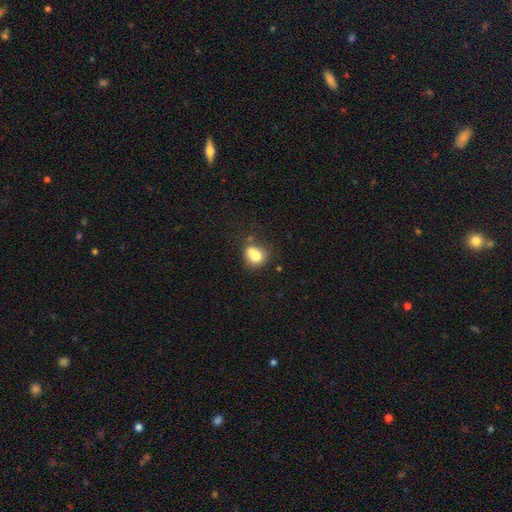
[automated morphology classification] smooth-or-featured: smooth: 72% | featured or disk: 17% | star or artifact: 11%
  how-rounded: round: 69% | in between: 30% | cigar-shaped: 1%
  merging: none: 41% | merger: 37% | minor disturbance: 16% | major disturbance: 6%